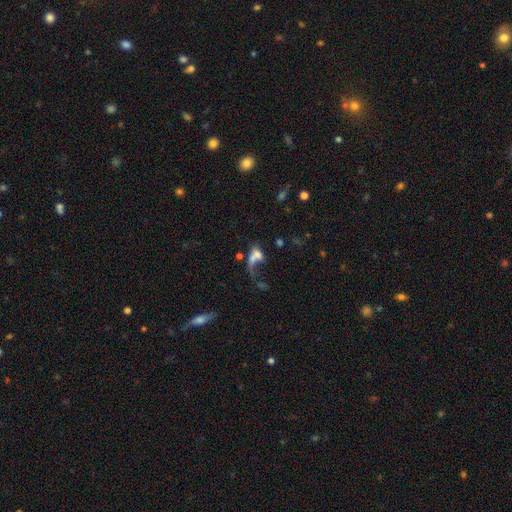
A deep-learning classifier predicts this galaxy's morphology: Smooth or featured: smooth — 50% (featured or disk — 36%)
Merging: merger — 46% (major disturbance — 28%)